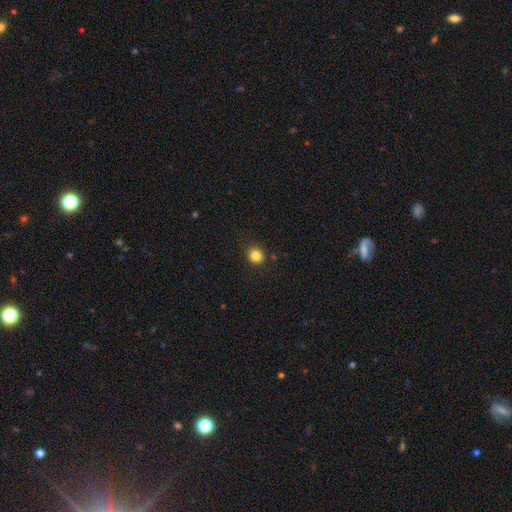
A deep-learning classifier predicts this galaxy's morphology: The model was most divided on "smooth or featured": smooth: 84%, star or artifact: 12%, featured or disk: 5%. More confident: merging — none (88%); how rounded — round (88%).